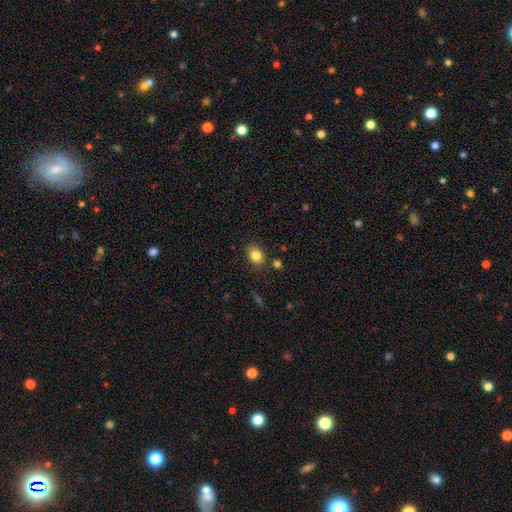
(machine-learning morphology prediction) Overall: smooth (83%). How rounded: in between (60%; round 39%). Merging: none (83%).